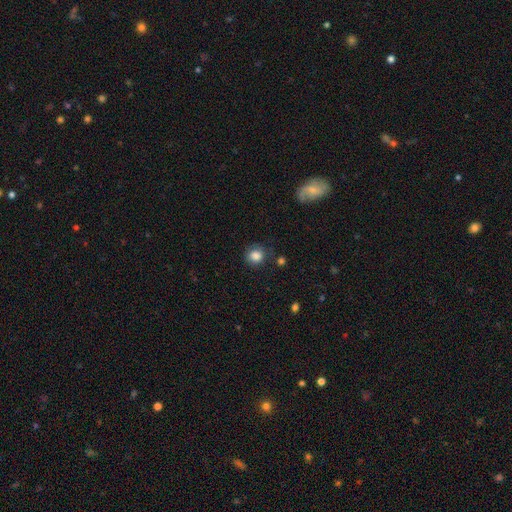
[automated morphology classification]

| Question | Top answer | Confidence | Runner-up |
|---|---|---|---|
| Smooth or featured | smooth | 84% | star or artifact (10%) |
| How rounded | round | 81% | in between (18%) |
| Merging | none | 73% | minor disturbance (17%) |